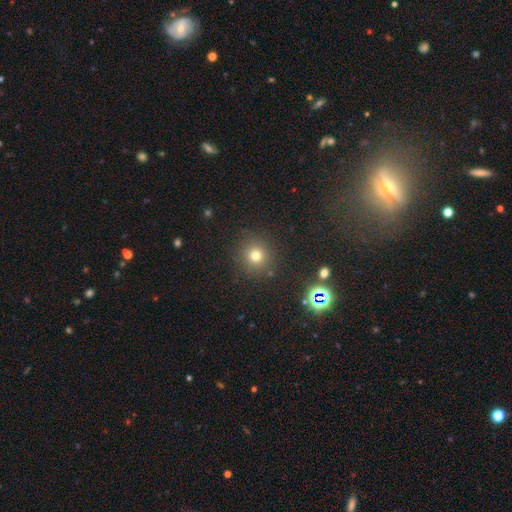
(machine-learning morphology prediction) The model was most divided on "smooth or featured": smooth: 73%, star or artifact: 20%, featured or disk: 7%. More confident: how rounded — round (93%); merging — none (87%).